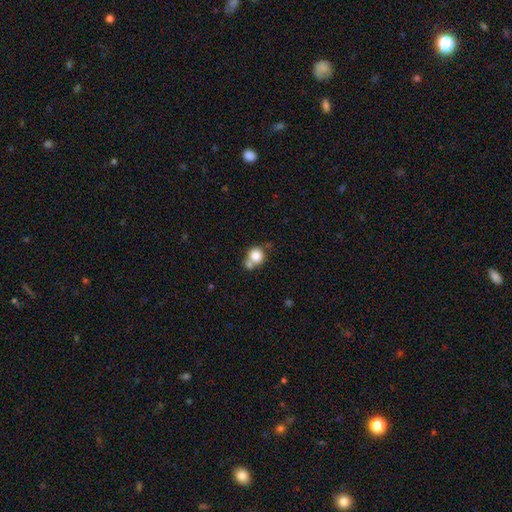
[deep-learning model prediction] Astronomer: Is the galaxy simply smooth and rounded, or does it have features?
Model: smooth — 81%.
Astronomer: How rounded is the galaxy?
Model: round — 82%.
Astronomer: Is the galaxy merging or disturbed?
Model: none — 45% (runner-up: merger, 38%).